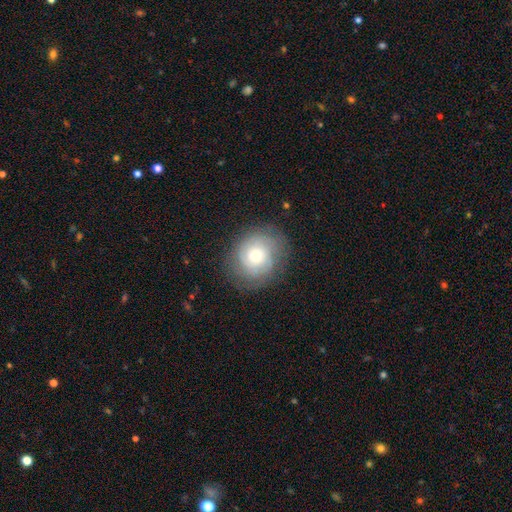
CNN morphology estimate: Smooth or featured?
  - featured or disk: 57% *
  - smooth: 33%
  - star or artifact: 9%
Edge-on disk?
  - no: 97% *
  - yes: 3%
Bar?
  - no: 81% *
  - weak: 16%
  - strong: 3%
Spiral arms?
  - yes: 85% *
  - no: 15%
Bulge size?
  - moderate: 57% *
  - small: 35%
  - large: 6%
  - dominant: 1%
  - none: 1%
Merging?
  - none: 79% *
  - minor disturbance: 14%
  - major disturbance: 6%
  - merger: 1%